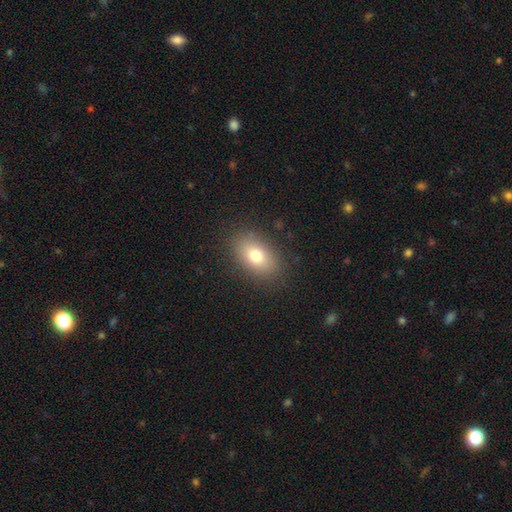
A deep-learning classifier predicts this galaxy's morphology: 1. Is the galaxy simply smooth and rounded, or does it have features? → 76% smooth, 13% featured or disk, 10% star or artifact.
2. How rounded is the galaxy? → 84% in between, 14% round, 2% cigar-shaped.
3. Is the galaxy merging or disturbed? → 86% none, 10% minor disturbance, 4% major disturbance, 1% merger.